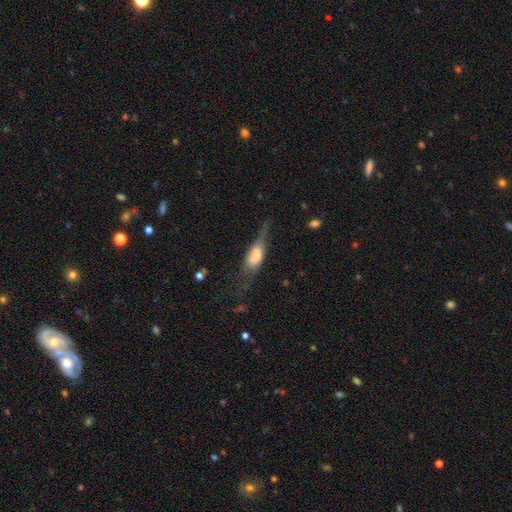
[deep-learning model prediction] Overall: smooth (52%; featured or disk 40%). How rounded: in between (63%; cigar-shaped 32%). Merging: none (36%; major disturbance 30%).